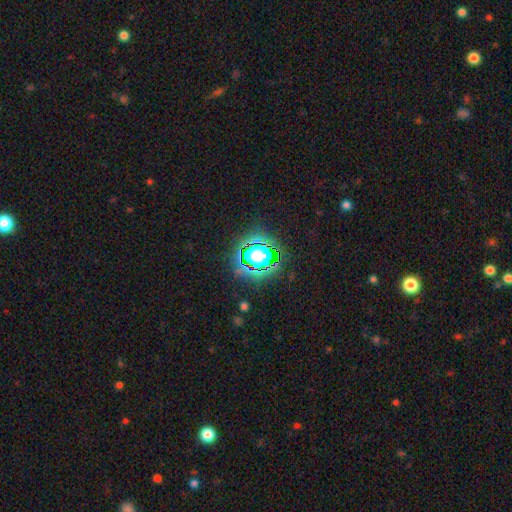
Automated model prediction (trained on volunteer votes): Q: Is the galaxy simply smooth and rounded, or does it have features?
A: star or artifact — 71%.